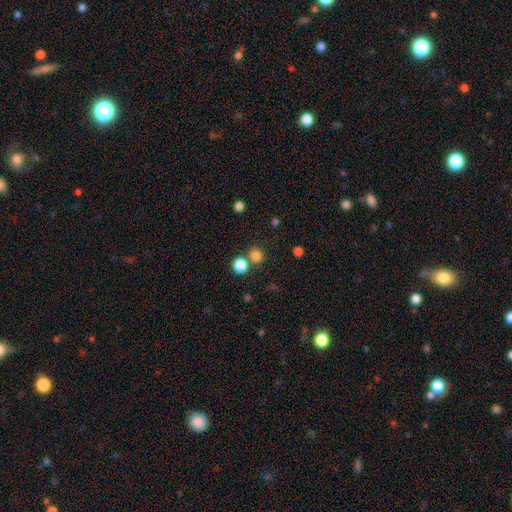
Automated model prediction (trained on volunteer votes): This appears to be a smooth galaxy with no disk features (81%) that is round (88%). Merging: none (68%).